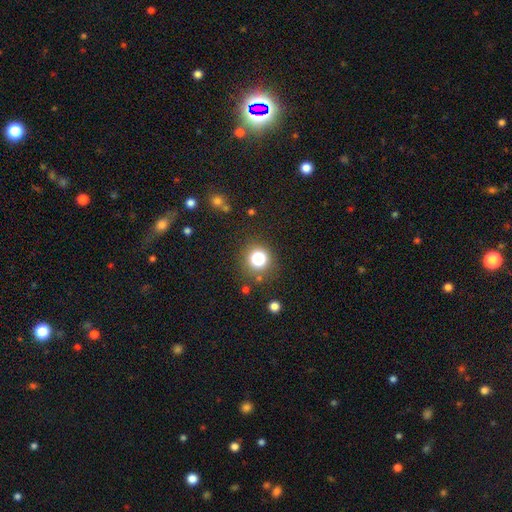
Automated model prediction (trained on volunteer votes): A smooth galaxy with no disk features (57%) that is round (92%).

Vote fractions:
- Smooth or featured? smooth: 57% / star or artifact: 37% / featured or disk: 6%
- How rounded? round: 92% / in between: 7% / cigar-shaped: 1%
- Merging? none: 86% / minor disturbance: 7% / merger: 4% / major disturbance: 3%